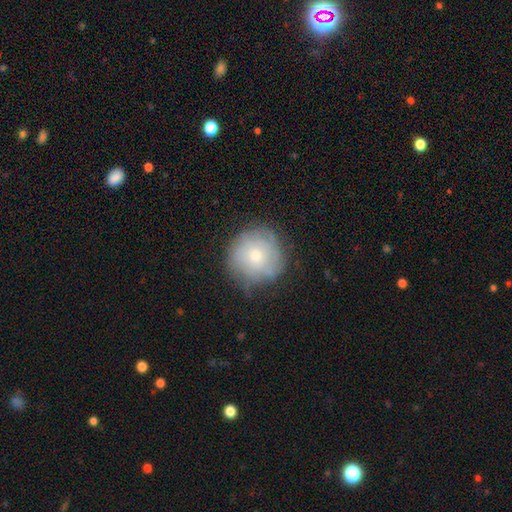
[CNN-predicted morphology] This appears to be a smooth galaxy with no disk features (55%) that is round (93%). Merging: none (70%).